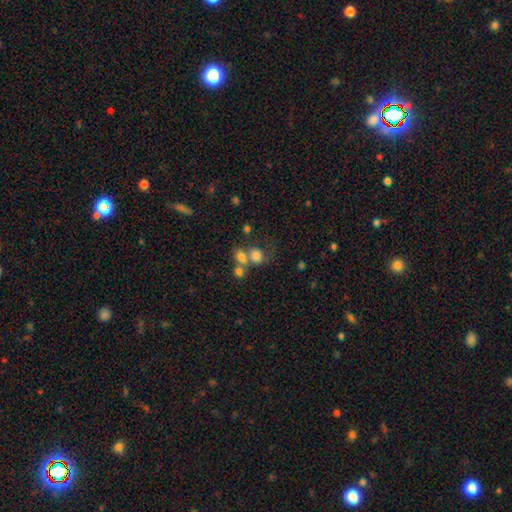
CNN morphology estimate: This is likely a smooth galaxy (74%). How rounded: likely round (61%). Merging: possibly merger (47%).